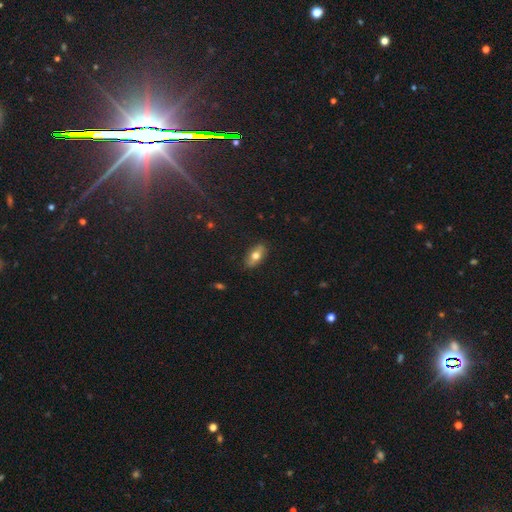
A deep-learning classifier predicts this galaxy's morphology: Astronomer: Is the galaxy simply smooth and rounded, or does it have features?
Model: smooth — 66%.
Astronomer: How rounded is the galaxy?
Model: in between — 86%.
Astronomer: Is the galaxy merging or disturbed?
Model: none — 87%.